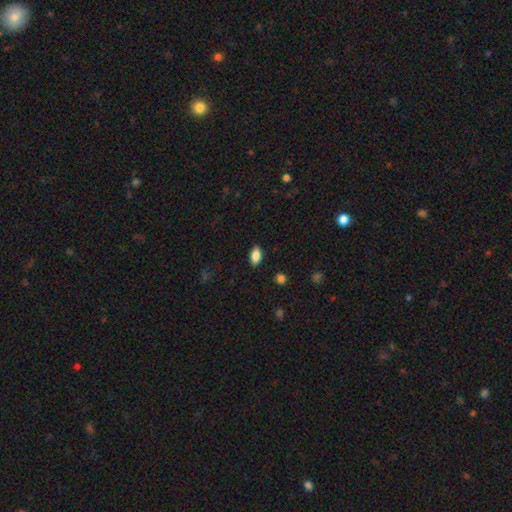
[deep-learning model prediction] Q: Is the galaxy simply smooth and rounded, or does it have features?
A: smooth — 86%.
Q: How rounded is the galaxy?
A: in between — 91%.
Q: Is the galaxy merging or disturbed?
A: none — 87%.